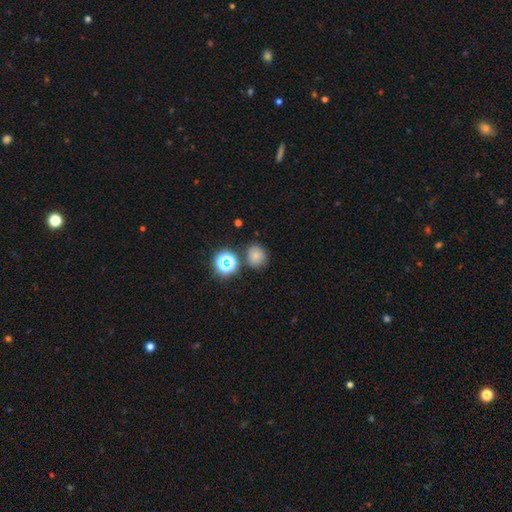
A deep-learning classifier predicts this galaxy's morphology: A smooth galaxy with no disk features (69%) that is round (74%).

Vote fractions:
- Smooth or featured? smooth: 69% / star or artifact: 21% / featured or disk: 10%
- How rounded? round: 74% / in between: 25% / cigar-shaped: 1%
- Merging? none: 76% / minor disturbance: 12% / merger: 8% / major disturbance: 4%